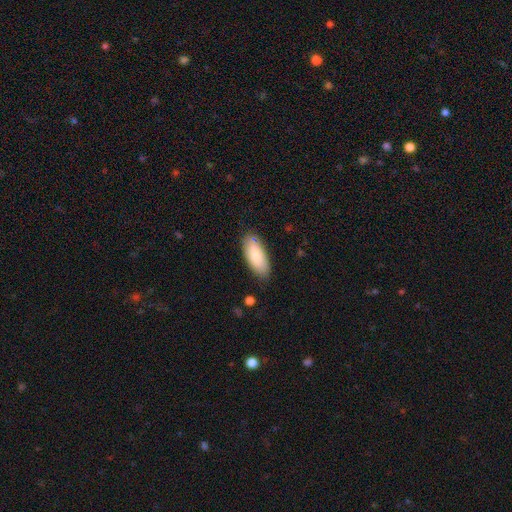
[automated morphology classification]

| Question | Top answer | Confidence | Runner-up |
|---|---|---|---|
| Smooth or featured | smooth | 79% | featured or disk (15%) |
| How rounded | in between | 85% | cigar-shaped (13%) |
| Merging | none | 81% | minor disturbance (15%) |